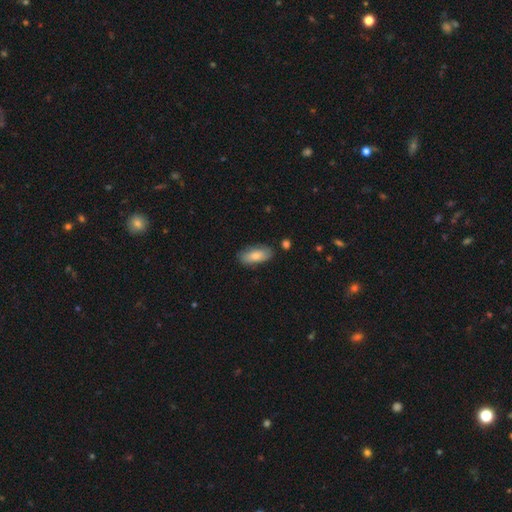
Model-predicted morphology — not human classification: This appears to be a smooth galaxy with no disk features (82%) that is in between round and cigar-shaped (85%). Merging: none (81%).